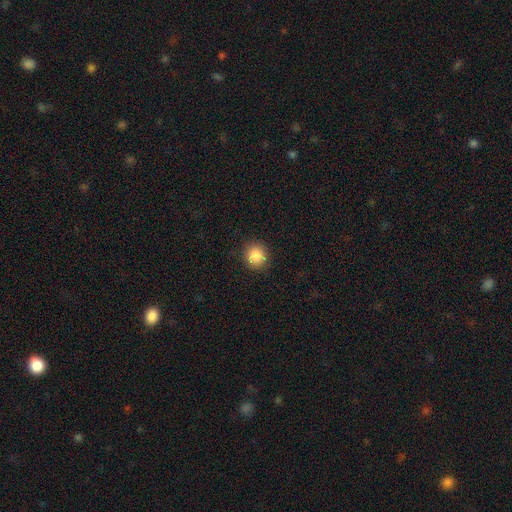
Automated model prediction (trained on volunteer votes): A smooth galaxy with no disk features (86%) that is round (90%). Merging: none (89%).